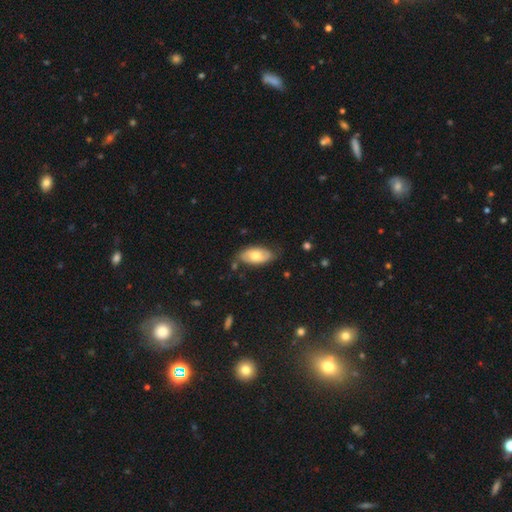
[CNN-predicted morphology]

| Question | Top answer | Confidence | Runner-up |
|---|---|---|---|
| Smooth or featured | smooth | 53% | featured or disk (41%) |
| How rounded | in between | 93% | cigar-shaped (4%) |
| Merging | none | 70% | minor disturbance (22%) |